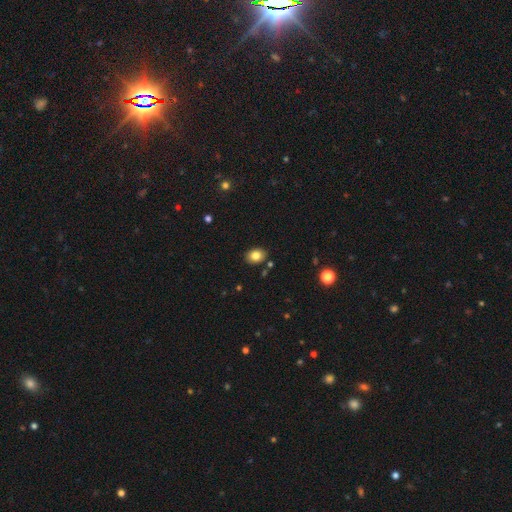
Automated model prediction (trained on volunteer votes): Smooth or featured? Predicted: smooth (p=0.83). How rounded? Predicted: in between (p=0.63). Merging? Predicted: none (p=0.87).